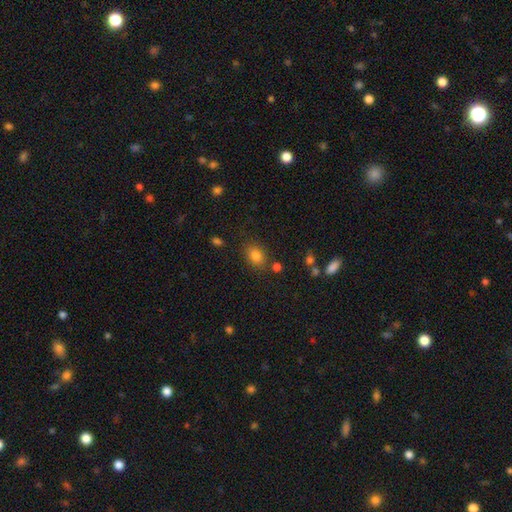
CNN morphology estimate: Smooth or featured? Predicted: smooth (p=0.82). How rounded? Predicted: in between (p=0.69). Merging? Predicted: none (p=0.77).